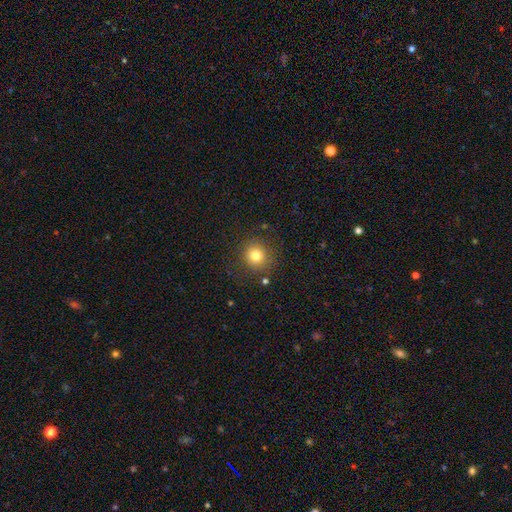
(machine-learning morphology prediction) Q: Smooth or featured?
A: smooth (79%); runner-up: star or artifact (13%)
Q: How rounded?
A: round (90%); runner-up: in between (9%)
Q: Merging?
A: none (85%); runner-up: minor disturbance (9%)